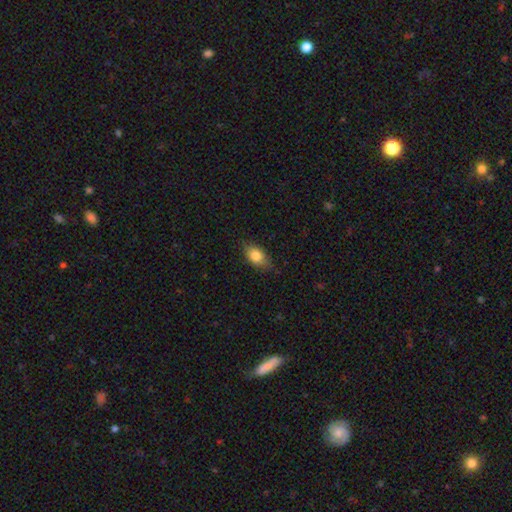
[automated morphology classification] Smooth or featured?
  - smooth: 80% *
  - featured or disk: 12%
  - star or artifact: 8%
How rounded?
  - in between: 85% *
  - round: 11%
  - cigar-shaped: 4%
Merging?
  - none: 75% *
  - minor disturbance: 20%
  - major disturbance: 3%
  - merger: 1%